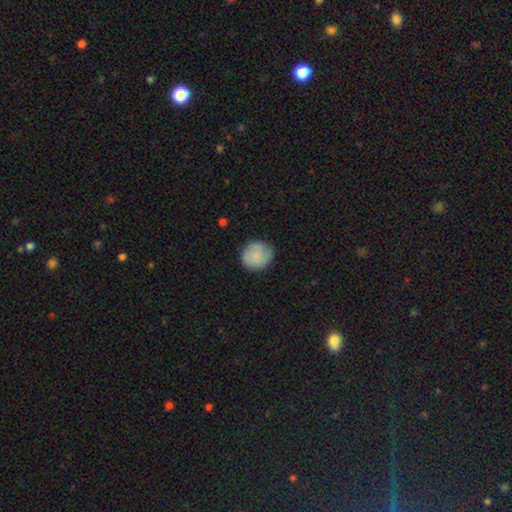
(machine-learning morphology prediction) smooth 80%, featured or disk 13%, star or artifact 6%. Down the decision tree: how rounded — round (88%); merging — none (78%).